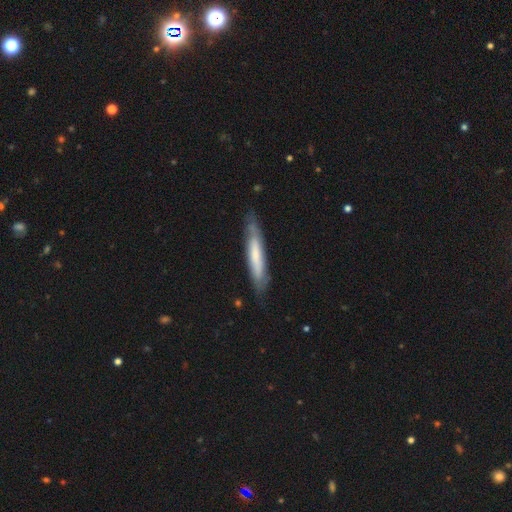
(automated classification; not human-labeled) A smooth galaxy with no disk features (54%) that is cigar-shaped (90%).

Vote fractions:
- Smooth or featured? smooth: 54% / featured or disk: 40% / star or artifact: 6%
- How rounded? cigar-shaped: 90% / in between: 9% / round: 1%
- Merging? none: 79% / minor disturbance: 16% / major disturbance: 3% / merger: 1%